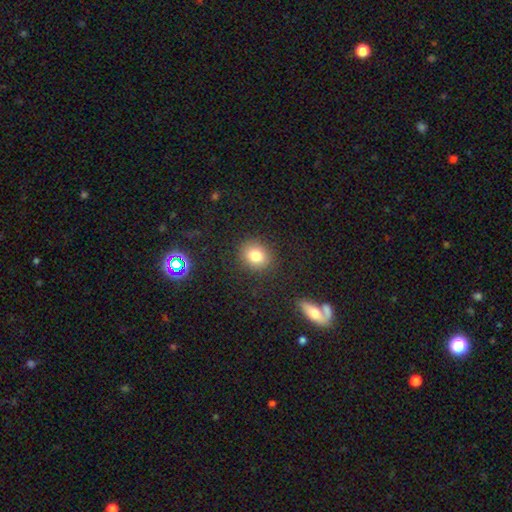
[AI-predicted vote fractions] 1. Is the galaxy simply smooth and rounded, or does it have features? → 80% smooth, 12% star or artifact, 8% featured or disk.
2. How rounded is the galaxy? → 69% round, 30% in between, 1% cigar-shaped.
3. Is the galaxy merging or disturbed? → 87% none, 8% minor disturbance, 3% major disturbance, 2% merger.